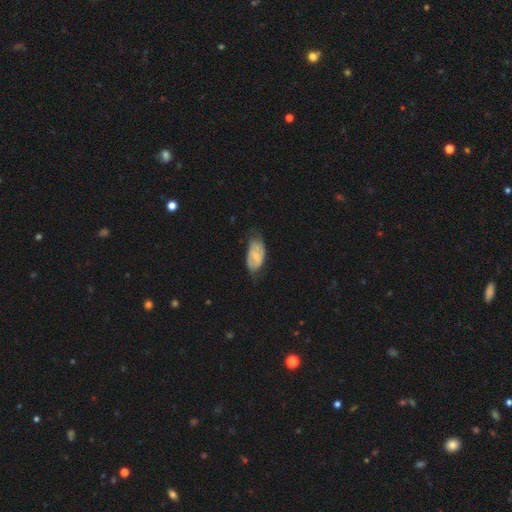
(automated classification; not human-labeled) This is possibly a smooth galaxy (51%). How rounded: clearly in between (92%). Merging: possibly none (55%).